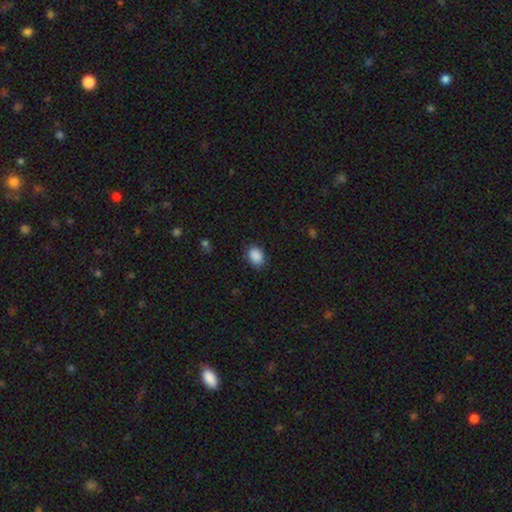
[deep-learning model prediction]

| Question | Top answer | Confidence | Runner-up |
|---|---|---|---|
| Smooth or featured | smooth | 89% | star or artifact (8%) |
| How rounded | in between | 71% | round (28%) |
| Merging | none | 85% | minor disturbance (12%) |